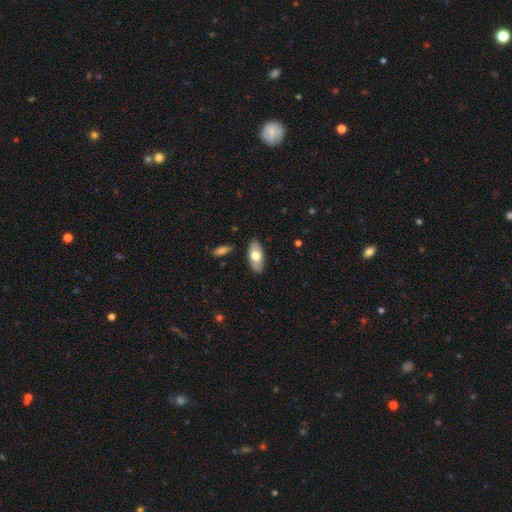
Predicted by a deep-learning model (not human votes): Overall: smooth (68%). How rounded: in between (91%). Merging: none (87%).